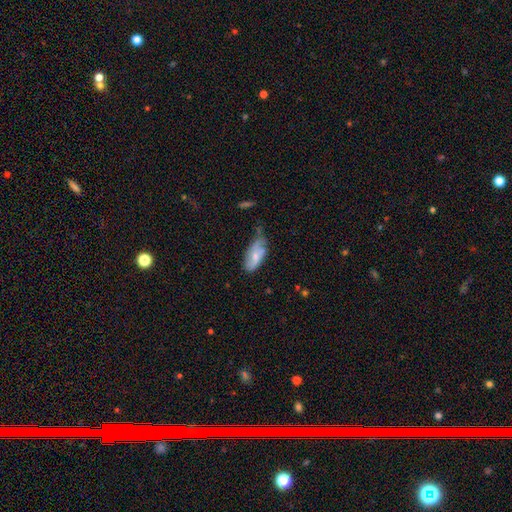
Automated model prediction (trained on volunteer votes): A smooth galaxy with no disk features (54%) that is in between round and cigar-shaped (86%).

Vote fractions:
- Smooth or featured? smooth: 54% / featured or disk: 38% / star or artifact: 7%
- How rounded? in between: 86% / cigar-shaped: 11% / round: 3%
- Merging? none: 41% / minor disturbance: 39% / major disturbance: 15% / merger: 6%